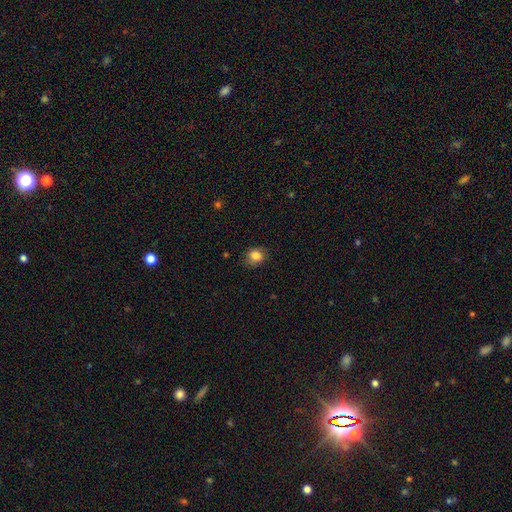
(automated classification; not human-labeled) A smooth galaxy with no disk features (84%) that is round (63%).

Vote fractions:
- Smooth or featured? smooth: 84% / star or artifact: 10% / featured or disk: 7%
- How rounded? round: 63% / in between: 36% / cigar-shaped: 1%
- Merging? none: 79% / minor disturbance: 16% / major disturbance: 4% / merger: 1%